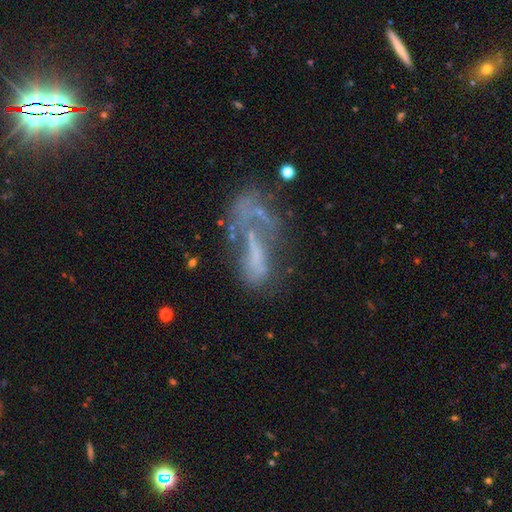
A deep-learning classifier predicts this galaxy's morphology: smooth-or-featured: featured or disk: 56% | smooth: 28% | star or artifact: 16%
  disk-edge-on: no: 89% | yes: 11%
  merging: major disturbance: 44% | none: 24% | minor disturbance: 17% | merger: 15%